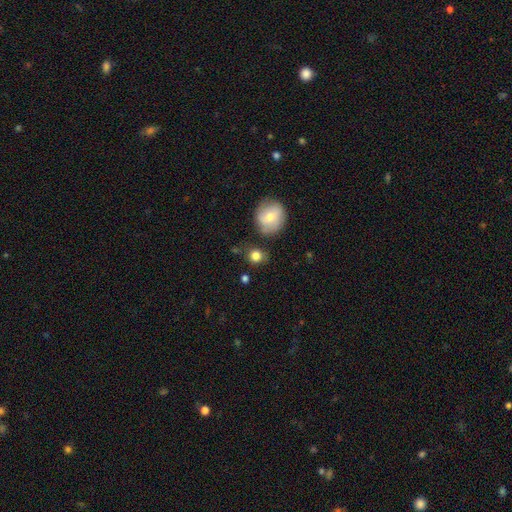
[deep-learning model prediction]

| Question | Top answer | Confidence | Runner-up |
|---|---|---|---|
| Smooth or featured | smooth | 82% | star or artifact (10%) |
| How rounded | round | 82% | in between (17%) |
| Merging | none | 75% | minor disturbance (15%) |